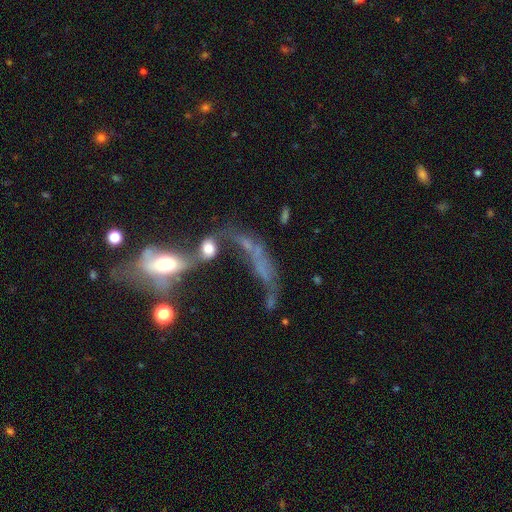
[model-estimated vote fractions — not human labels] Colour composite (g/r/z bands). It shows a featured or disk galaxy (50%). Merging: merger (37%).